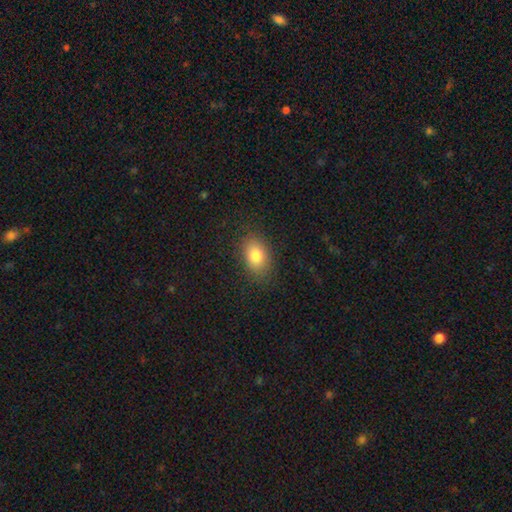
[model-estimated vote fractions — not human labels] Q: Smooth or featured?
A: smooth (82%); runner-up: featured or disk (9%)
Q: How rounded?
A: in between (84%); runner-up: round (14%)
Q: Merging?
A: none (85%); runner-up: minor disturbance (11%)